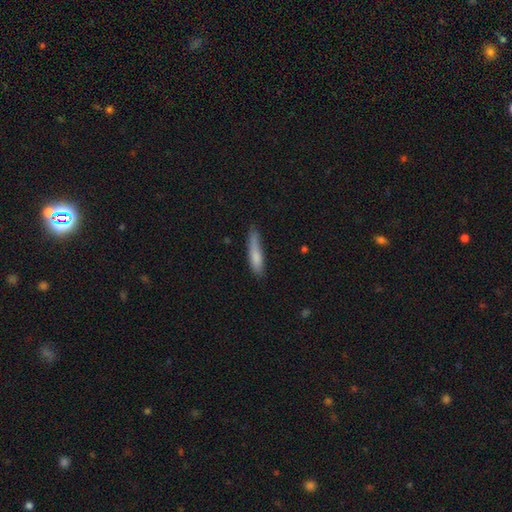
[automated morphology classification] Smooth or featured: smooth — 79% (featured or disk — 15%)
How rounded: cigar-shaped — 82% (in between — 16%)
Merging: none — 61% (minor disturbance — 29%)